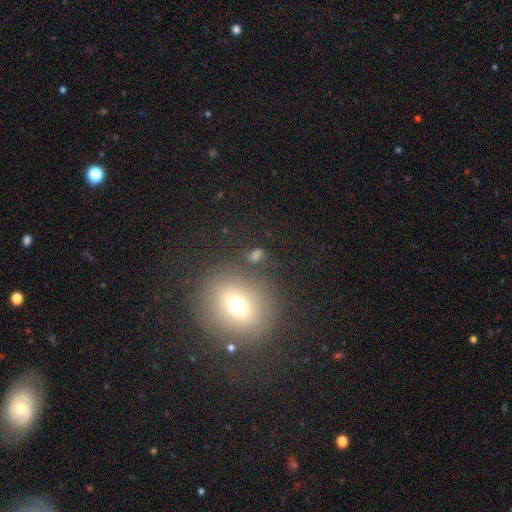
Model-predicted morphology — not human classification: A smooth galaxy with no disk features (62%) that is round (65%). Merging: none (73%).